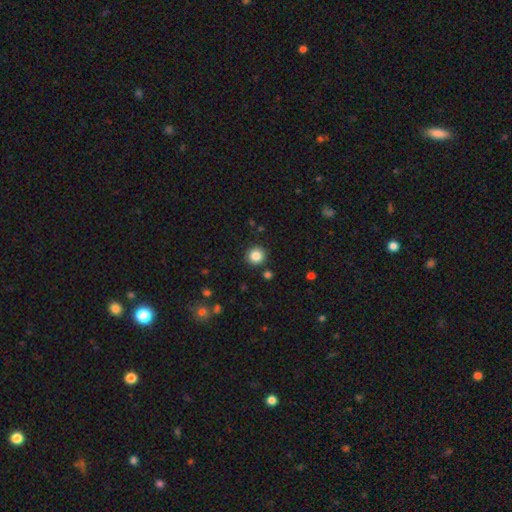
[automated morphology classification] The model was most divided on "smooth or featured": smooth: 84%, star or artifact: 11%, featured or disk: 6%. More confident: how rounded — round (94%); merging — none (90%).